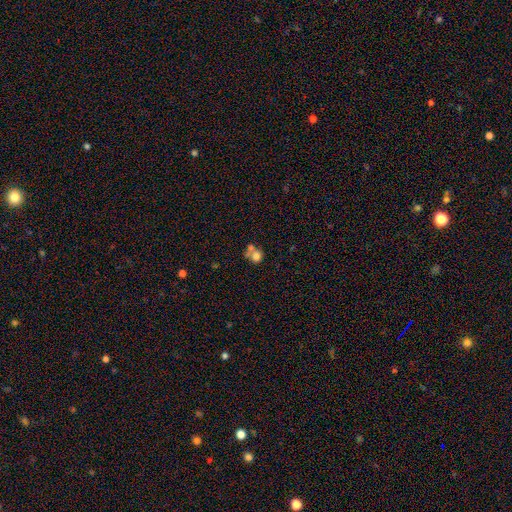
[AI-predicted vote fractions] Morphology: type=smooth (70%); roundness=round (71%); merging=merger (52%).